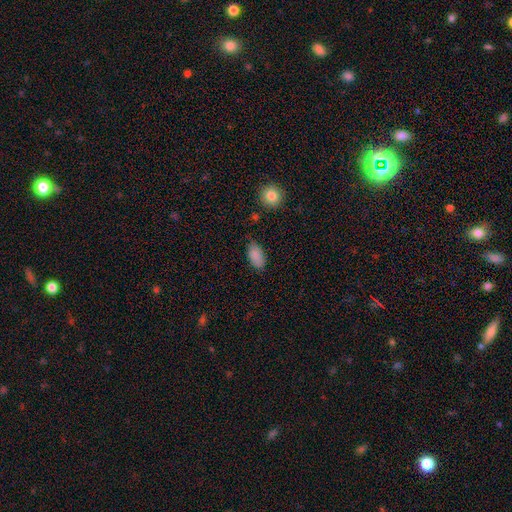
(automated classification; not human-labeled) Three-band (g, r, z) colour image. It shows a smooth galaxy with no disk features (87%) that is in between round and cigar-shaped (93%). Merging: none (74%).